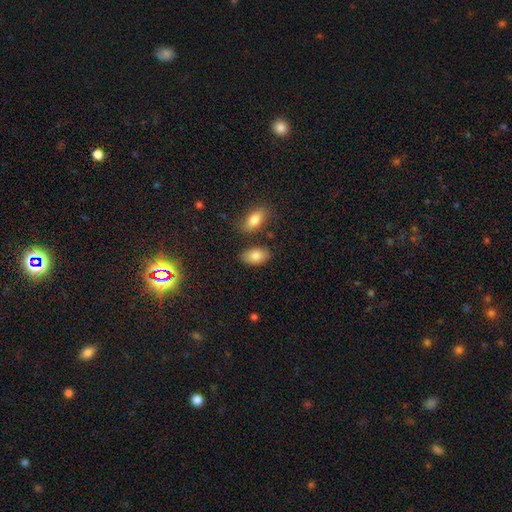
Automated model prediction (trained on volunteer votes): Smooth or featured?
  - smooth: 83% *
  - featured or disk: 10%
  - star or artifact: 7%
How rounded?
  - in between: 92% *
  - round: 6%
  - cigar-shaped: 2%
Merging?
  - none: 79% *
  - minor disturbance: 12%
  - merger: 7%
  - major disturbance: 3%